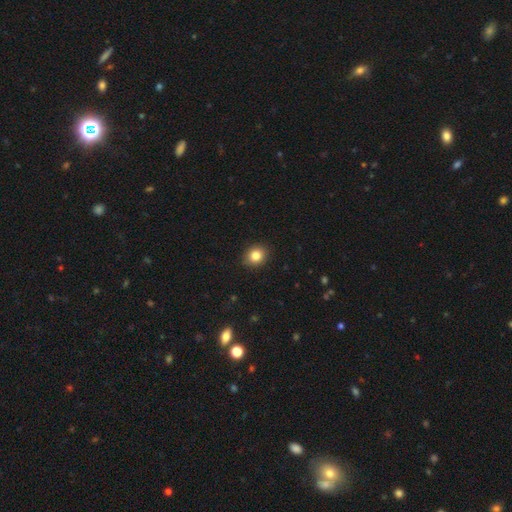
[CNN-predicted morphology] Smooth or featured? smooth (84%)
How rounded? round (69%)
Merging? none (90%)